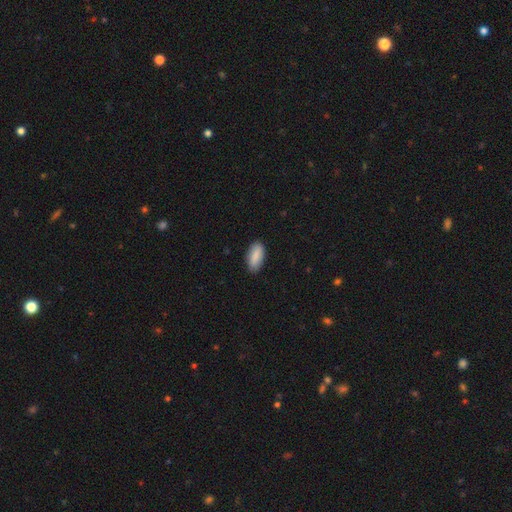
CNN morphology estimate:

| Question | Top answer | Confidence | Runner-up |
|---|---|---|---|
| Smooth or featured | smooth | 88% | featured or disk (6%) |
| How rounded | in between | 86% | cigar-shaped (12%) |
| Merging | none | 84% | minor disturbance (12%) |